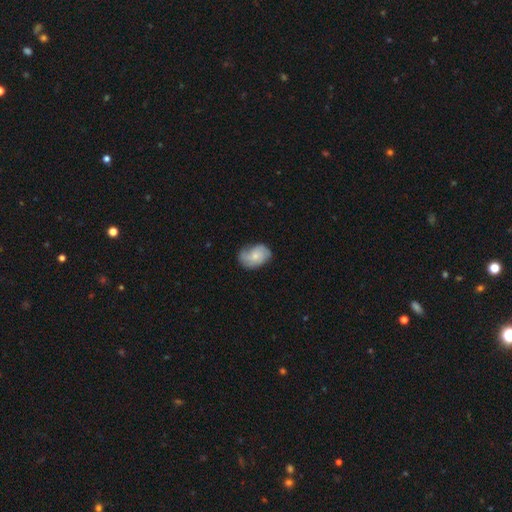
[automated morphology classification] This is possibly a featured or disk galaxy (48%). Merging: likely none (62%).